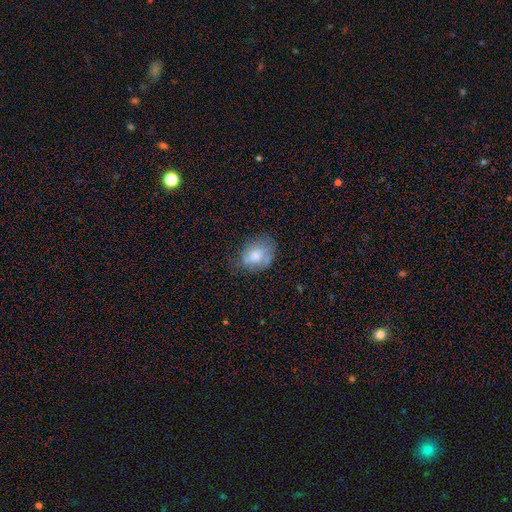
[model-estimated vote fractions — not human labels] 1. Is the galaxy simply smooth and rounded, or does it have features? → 65% smooth, 27% featured or disk, 9% star or artifact.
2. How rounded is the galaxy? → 73% in between, 25% round, 1% cigar-shaped.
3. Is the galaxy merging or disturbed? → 51% none, 31% minor disturbance, 15% major disturbance, 3% merger.